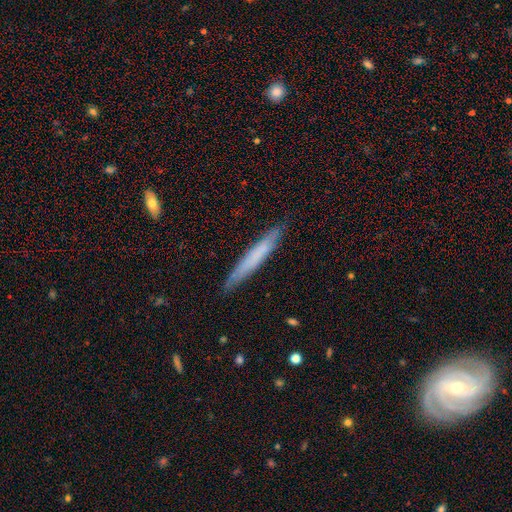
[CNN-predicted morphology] A smooth galaxy with no disk features (61%) that is cigar-shaped (95%). Merging: none (85%).